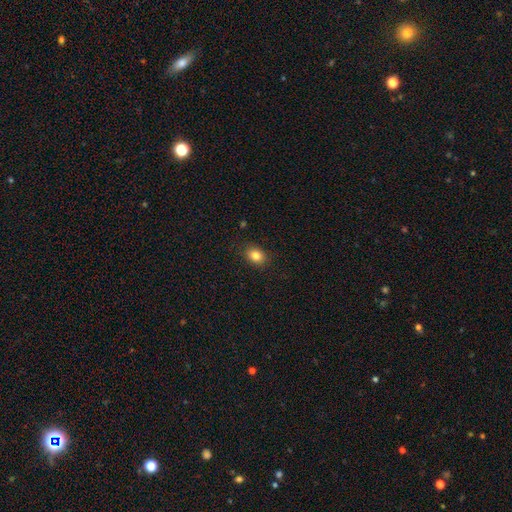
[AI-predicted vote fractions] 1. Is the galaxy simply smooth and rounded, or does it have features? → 83% smooth, 10% star or artifact, 7% featured or disk.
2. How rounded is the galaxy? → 60% in between, 39% round, 1% cigar-shaped.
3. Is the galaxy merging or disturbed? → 88% none, 9% minor disturbance, 2% major disturbance, 1% merger.